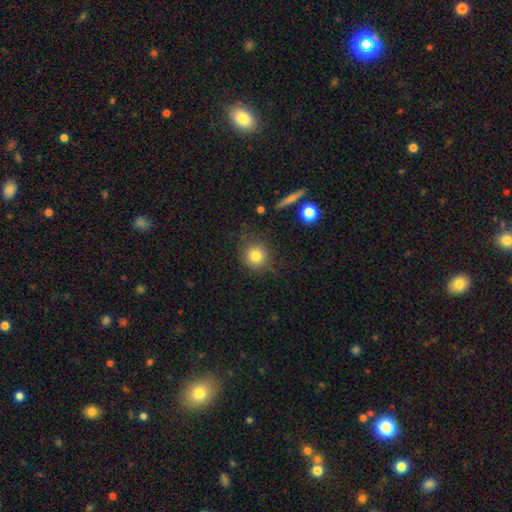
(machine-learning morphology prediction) Overall: smooth (81%). How rounded: round (90%). Merging: none (80%).